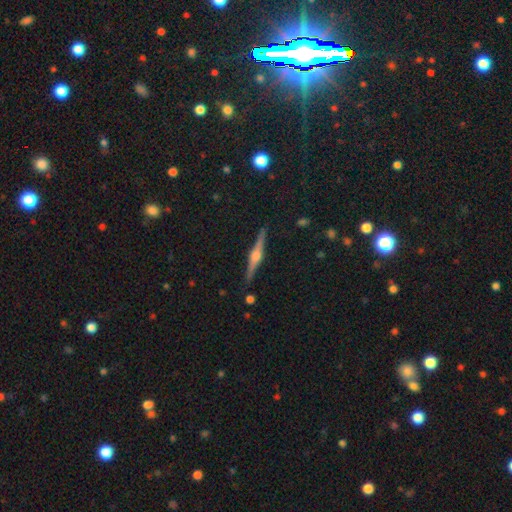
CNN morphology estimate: Smooth or featured: featured or disk — 83% (smooth — 10%)
Edge-on disk: yes — 98% (no — 2%)
Edge-on bulge: rounded — 90% (boxy — 7%)
Merging: none — 90% (minor disturbance — 7%)